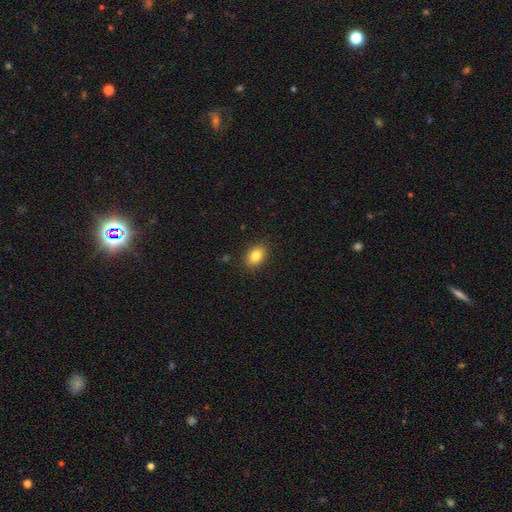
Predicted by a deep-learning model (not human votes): Smooth or featured?
  - smooth: 83% *
  - star or artifact: 9%
  - featured or disk: 8%
How rounded?
  - in between: 81% *
  - round: 17%
  - cigar-shaped: 1%
Merging?
  - none: 87% *
  - minor disturbance: 9%
  - major disturbance: 2%
  - merger: 1%